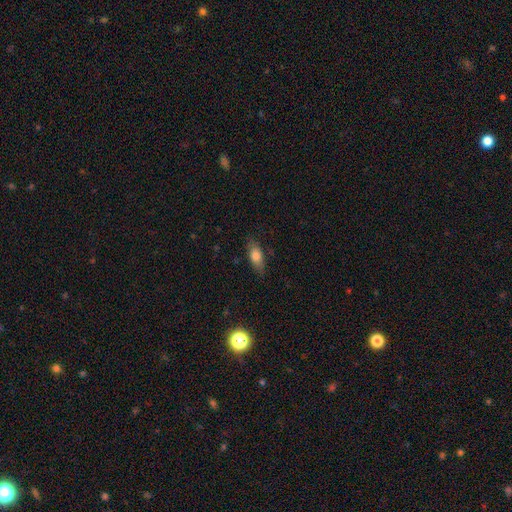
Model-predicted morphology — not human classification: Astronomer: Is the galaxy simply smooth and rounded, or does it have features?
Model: smooth — 75%.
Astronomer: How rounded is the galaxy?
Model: in between — 77%.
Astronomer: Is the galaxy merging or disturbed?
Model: none — 80%.